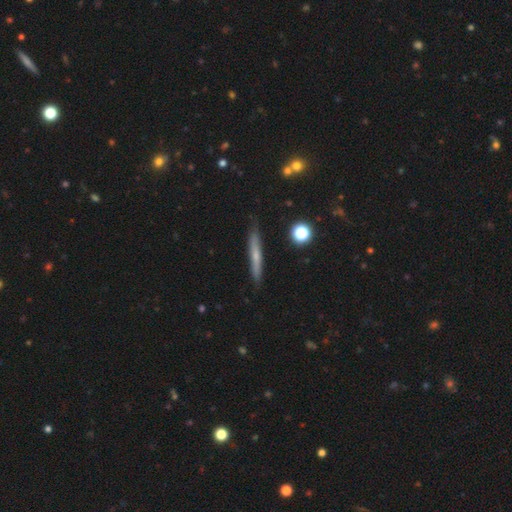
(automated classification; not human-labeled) Morphology: type=smooth (48%); merging=none (85%).